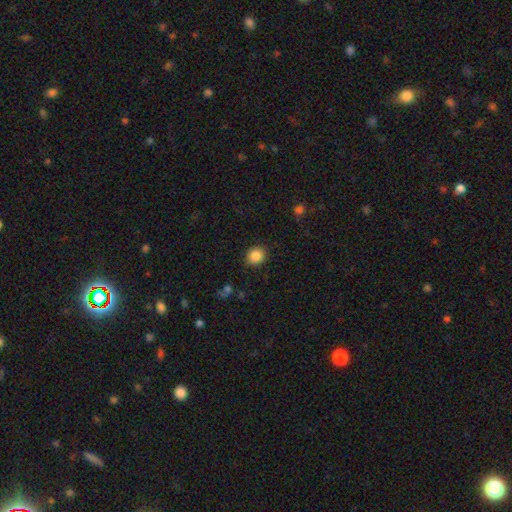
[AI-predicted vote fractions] smooth-or-featured: smooth: 86% | star or artifact: 10% | featured or disk: 4%
  how-rounded: round: 77% | in between: 22% | cigar-shaped: 1%
  merging: none: 87% | minor disturbance: 9% | major disturbance: 2% | merger: 1%